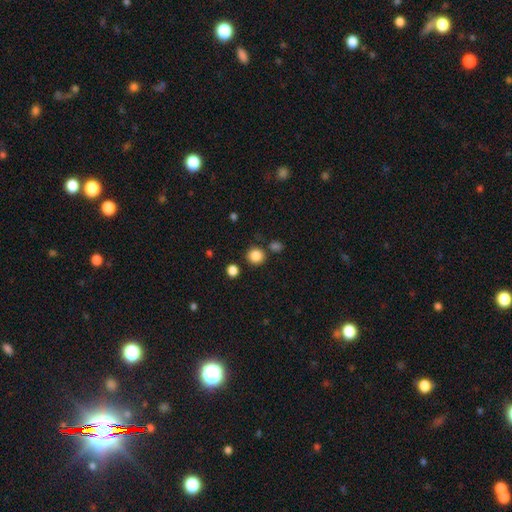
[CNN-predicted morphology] Smooth or featured? smooth (85%)
How rounded? round (92%)
Merging? none (84%)